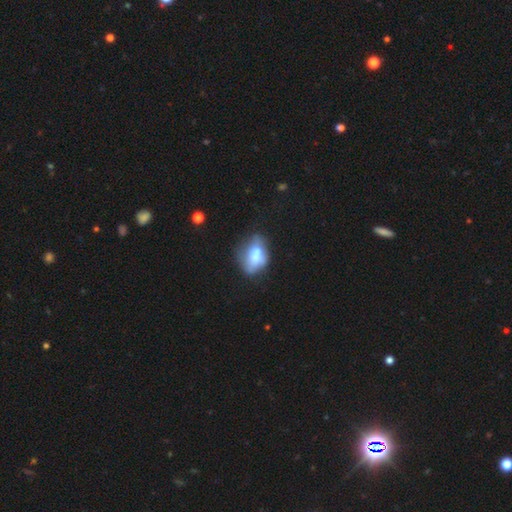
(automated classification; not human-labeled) Smooth or featured? smooth (62%)
How rounded? in between (78%)
Merging? none (38%)